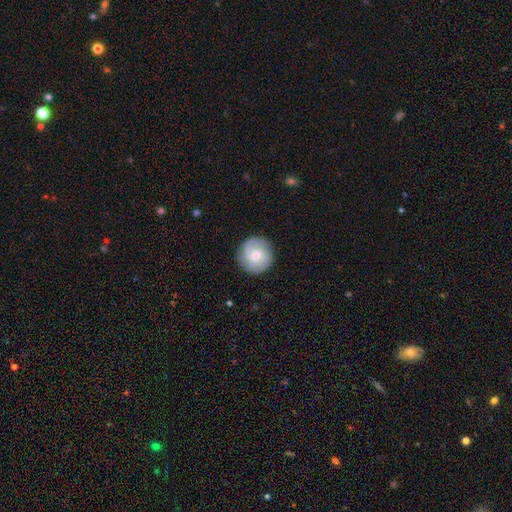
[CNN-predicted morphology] smooth_or_featured: featured or disk (p=0.65) [alt: smooth p=0.29]
disk_edge_on: no (p=0.98) [alt: yes p=0.02]
bar: no (p=0.49) [alt: weak p=0.44]
has_spiral_arms: yes (p=0.91) [alt: no p=0.09]
spiral_winding: medium (p=0.43) [alt: tight p=0.41]
spiral_arm_count: 2 (p=0.47) [alt: 3 p=0.21]
bulge_size: moderate (p=0.54) [alt: small p=0.41]
merging: none (p=0.85) [alt: minor disturbance p=0.11]